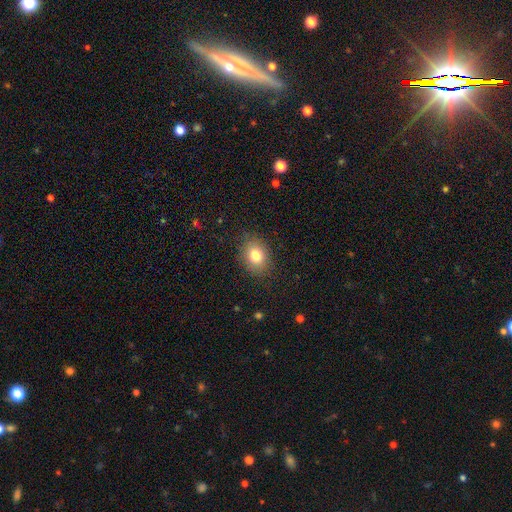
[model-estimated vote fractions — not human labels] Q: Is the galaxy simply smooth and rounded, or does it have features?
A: smooth — 81%.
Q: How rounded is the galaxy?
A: in between — 61%.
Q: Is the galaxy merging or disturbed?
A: none — 84%.